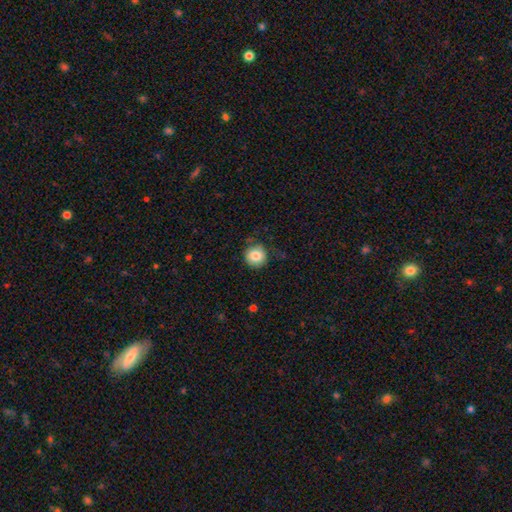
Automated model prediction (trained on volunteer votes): The model was most divided on "merging": none: 78%, minor disturbance: 16%, major disturbance: 4%, merger: 2%. More confident: how rounded — round (94%); smooth or featured — smooth (84%).